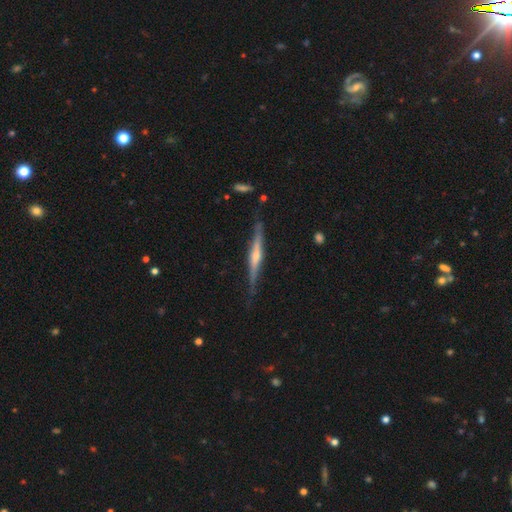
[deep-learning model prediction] This appears to be a featured or disk galaxy (76%) viewed edge-on (97%) with a rounded central bulge (76%). Merging: none (82%).